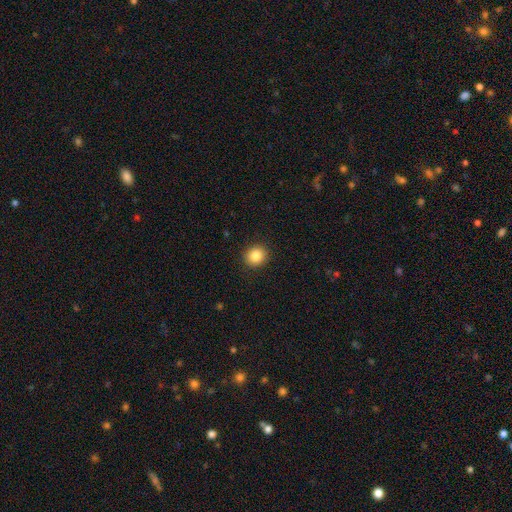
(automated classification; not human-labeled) Smooth or featured: smooth — 85% (star or artifact — 10%)
How rounded: round — 81% (in between — 18%)
Merging: none — 91% (minor disturbance — 6%)